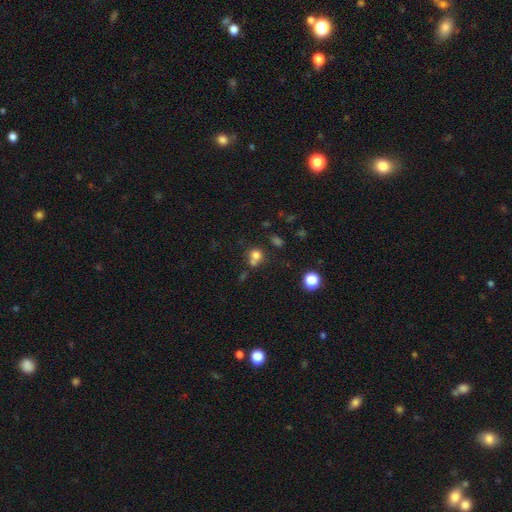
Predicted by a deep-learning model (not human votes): The model was most divided on "merging": none: 45%, merger: 36%, minor disturbance: 12%, major disturbance: 6%. More confident: how rounded — round (79%); smooth or featured — smooth (74%).